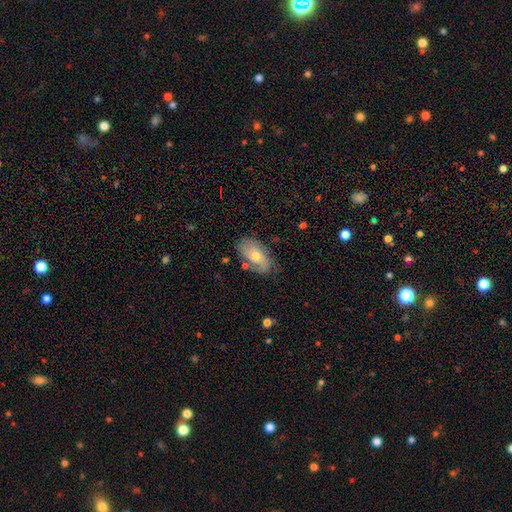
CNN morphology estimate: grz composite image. It shows a smooth galaxy with no disk features (52%) that is in between round and cigar-shaped (92%). Merging: none (65%).